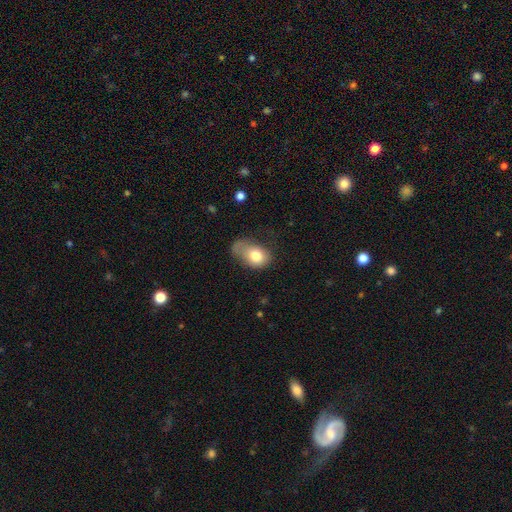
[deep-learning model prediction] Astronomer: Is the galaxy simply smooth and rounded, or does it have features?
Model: smooth — 77%.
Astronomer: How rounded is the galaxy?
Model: in between — 77%.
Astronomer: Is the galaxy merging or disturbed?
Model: minor disturbance — 35% (runner-up: major disturbance, 34%).